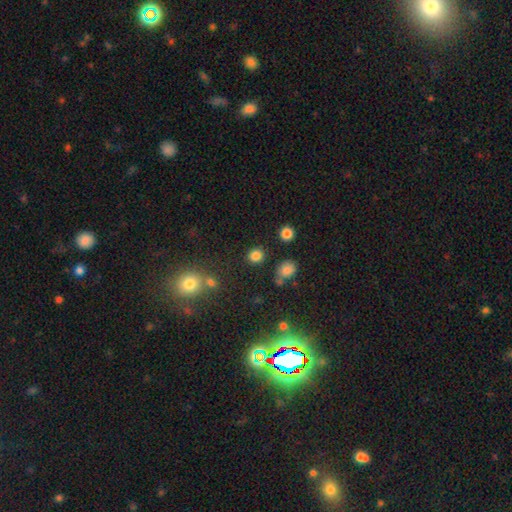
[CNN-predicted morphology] smooth-or-featured: smooth: 82% | star or artifact: 13% | featured or disk: 5%
  how-rounded: round: 86% | in between: 13% | cigar-shaped: 1%
  merging: none: 85% | minor disturbance: 8% | merger: 4% | major disturbance: 3%